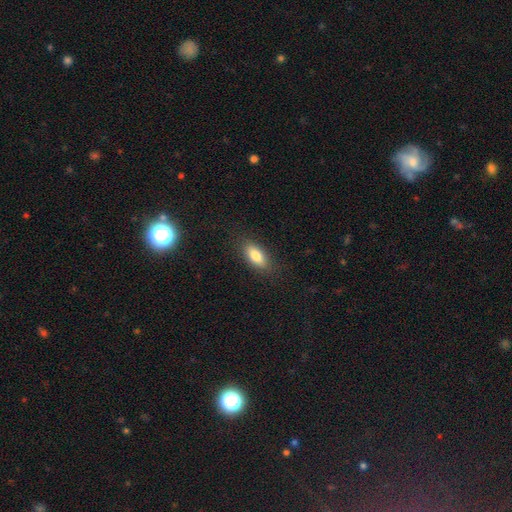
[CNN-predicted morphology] smooth-or-featured: smooth: 82% | featured or disk: 11% | star or artifact: 7%
  how-rounded: in between: 83% | cigar-shaped: 14% | round: 3%
  merging: none: 86% | minor disturbance: 10% | major disturbance: 3% | merger: 1%